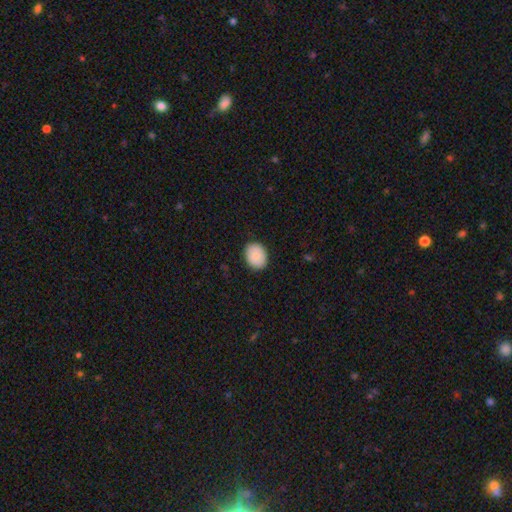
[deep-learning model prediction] Overall: smooth (87%). How rounded: in between (56%; round 43%). Merging: none (88%).